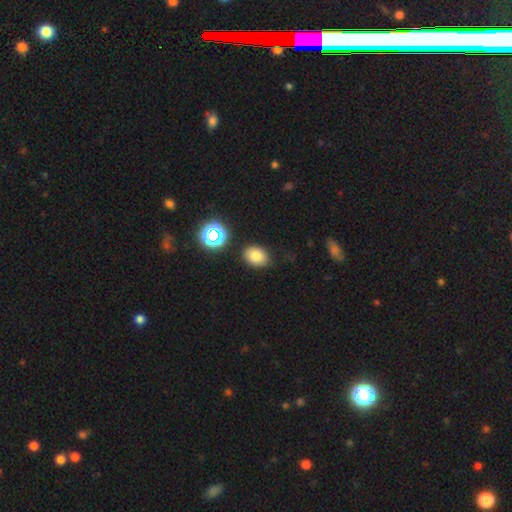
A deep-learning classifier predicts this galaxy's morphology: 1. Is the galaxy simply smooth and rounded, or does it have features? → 78% smooth, 14% star or artifact, 8% featured or disk.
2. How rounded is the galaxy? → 65% in between, 33% round, 1% cigar-shaped.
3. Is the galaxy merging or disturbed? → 84% none, 11% minor disturbance, 3% major disturbance, 3% merger.